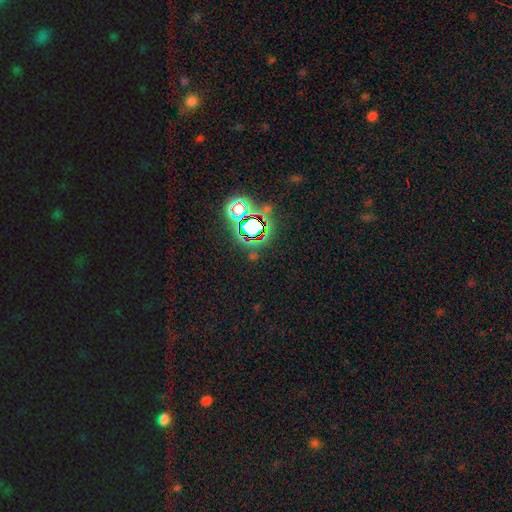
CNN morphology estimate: Q: Smooth or featured?
A: star or artifact (77%); runner-up: smooth (14%)